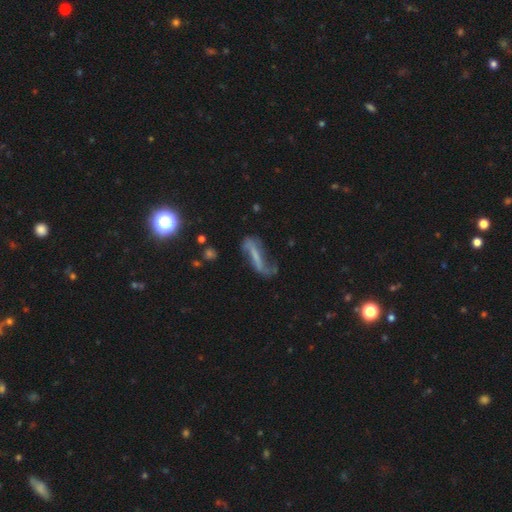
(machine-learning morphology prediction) A featured or disk galaxy (61%).

Vote fractions:
- Smooth or featured? featured or disk: 61% / smooth: 26% / star or artifact: 12%
- Edge-on disk? no: 78% / yes: 22%
- Merging? none: 42% / major disturbance: 27% / minor disturbance: 25% / merger: 7%